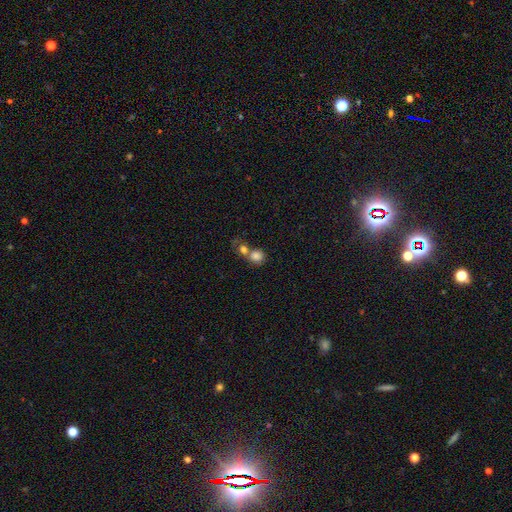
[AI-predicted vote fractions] Morphology: type=smooth (81%); roundness=round (81%); merging=merger (51%).